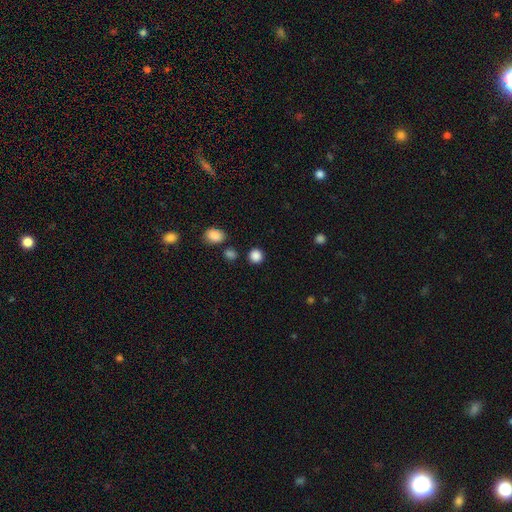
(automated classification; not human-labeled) This is clearly a smooth galaxy (86%). How rounded: clearly round (90%). Merging: clearly none (87%).